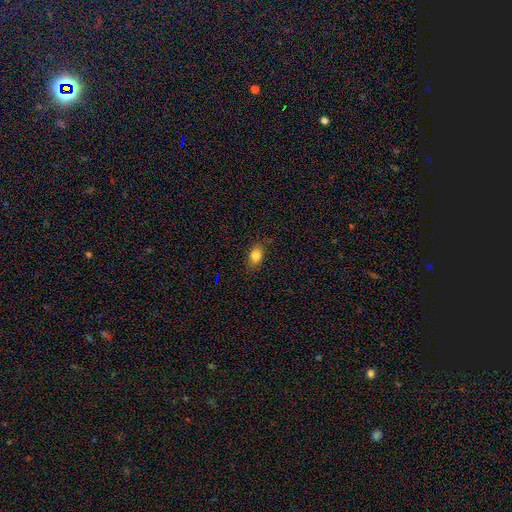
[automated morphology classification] Overall: smooth (82%). How rounded: in between (81%). Merging: none (82%).